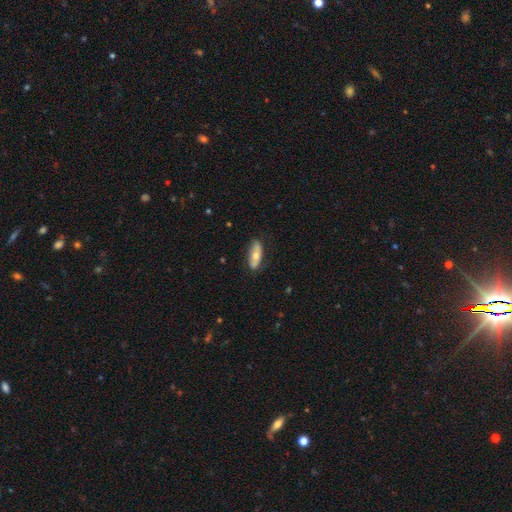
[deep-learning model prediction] The model was most divided on "smooth or featured": smooth: 56%, featured or disk: 37%, star or artifact: 6%. More confident: merging — none (77%); how rounded — in between (67%).